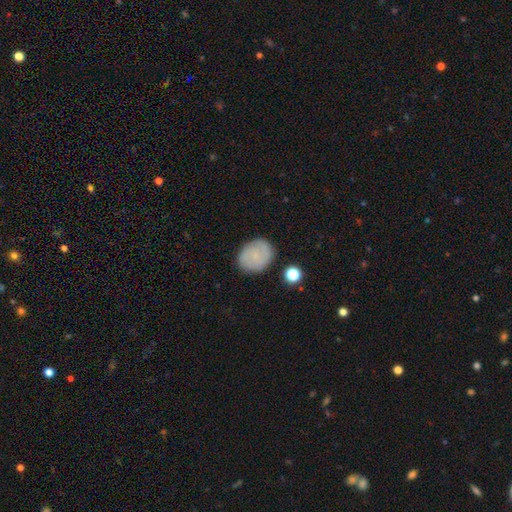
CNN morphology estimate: A smooth galaxy with no disk features (64%) that is round (52%).

Vote fractions:
- Smooth or featured? smooth: 64% / featured or disk: 27% / star or artifact: 9%
- How rounded? round: 52% / in between: 47% / cigar-shaped: 1%
- Merging? none: 82% / minor disturbance: 13% / major disturbance: 3% / merger: 2%